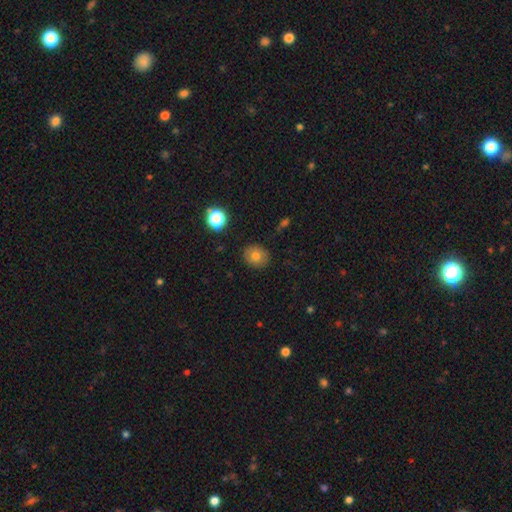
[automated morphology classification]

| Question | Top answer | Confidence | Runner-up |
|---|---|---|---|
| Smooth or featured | smooth | 75% | featured or disk (13%) |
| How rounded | round | 73% | in between (26%) |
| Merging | none | 87% | minor disturbance (10%) |